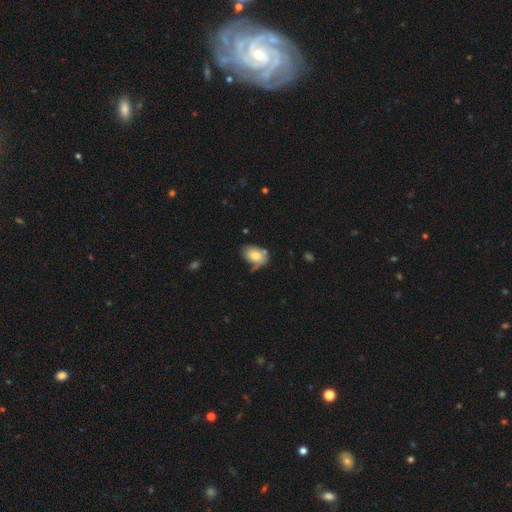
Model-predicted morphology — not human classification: Q: Smooth or featured?
A: smooth (74%); runner-up: featured or disk (19%)
Q: How rounded?
A: in between (84%); runner-up: round (15%)
Q: Merging?
A: none (51%); runner-up: minor disturbance (29%)